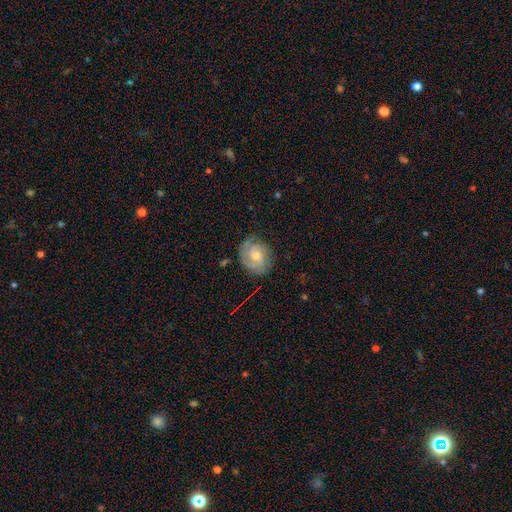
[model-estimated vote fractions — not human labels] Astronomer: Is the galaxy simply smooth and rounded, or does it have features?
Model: featured or disk — 70%.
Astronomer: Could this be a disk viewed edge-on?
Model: no — 97%.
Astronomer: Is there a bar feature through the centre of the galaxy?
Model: no — 66%.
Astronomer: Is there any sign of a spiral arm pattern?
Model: yes — 92%.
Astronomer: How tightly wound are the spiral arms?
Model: tight — 53% (runner-up: medium, 36%).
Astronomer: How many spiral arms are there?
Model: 2 — 44% (runner-up: can't tell, 24%).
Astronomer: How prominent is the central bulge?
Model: small — 47% (runner-up: moderate, 44%).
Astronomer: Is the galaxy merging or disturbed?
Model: none — 71%.